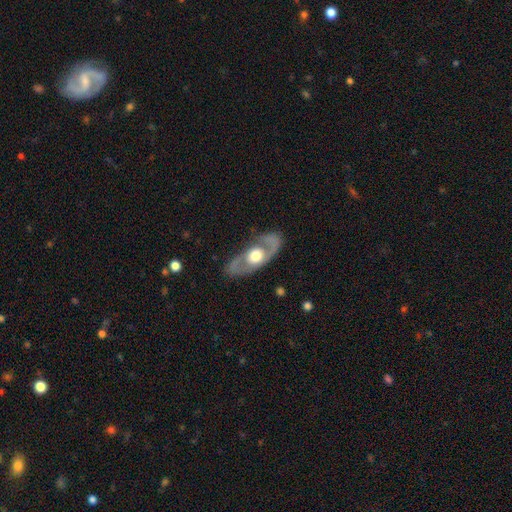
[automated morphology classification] smooth-or-featured: featured or disk: 75% | smooth: 21% | star or artifact: 4%
  disk-edge-on: no: 85% | yes: 15%
    bar: no: 82% | weak: 14% | strong: 4%
    has-spiral-arms: yes: 59% | no: 41%
    bulge-size: moderate: 52% | large: 40% | small: 4% | dominant: 3% | none: 1%
  merging: none: 79% | minor disturbance: 13% | major disturbance: 7% | merger: 1%